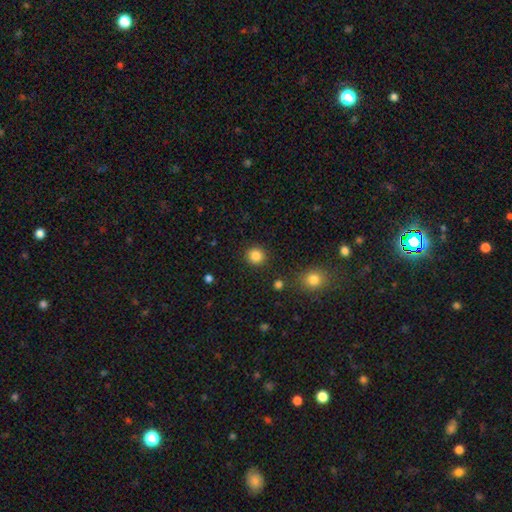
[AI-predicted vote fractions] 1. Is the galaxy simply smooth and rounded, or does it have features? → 85% smooth, 10% star or artifact, 4% featured or disk.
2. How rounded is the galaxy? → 90% round, 9% in between, 1% cigar-shaped.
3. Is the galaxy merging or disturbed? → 90% none, 6% minor disturbance, 2% major disturbance, 2% merger.